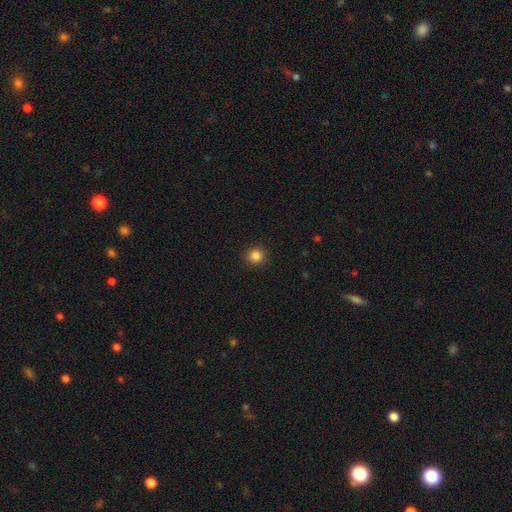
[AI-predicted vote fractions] Overall: smooth (85%). How rounded: round (91%). Merging: none (91%).